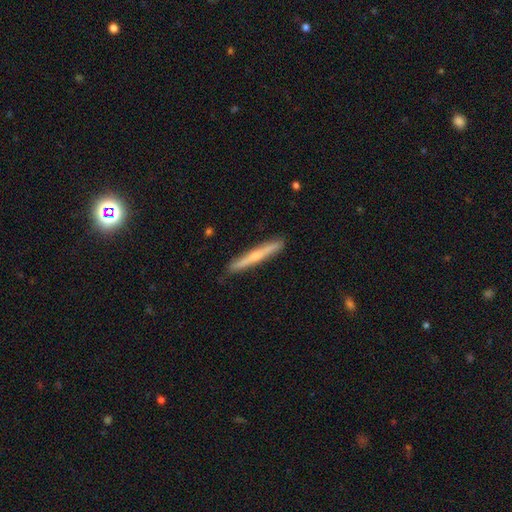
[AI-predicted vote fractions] A featured or disk galaxy (58%) viewed edge-on (96%) with a rounded central bulge (72%). Merging: none (89%).